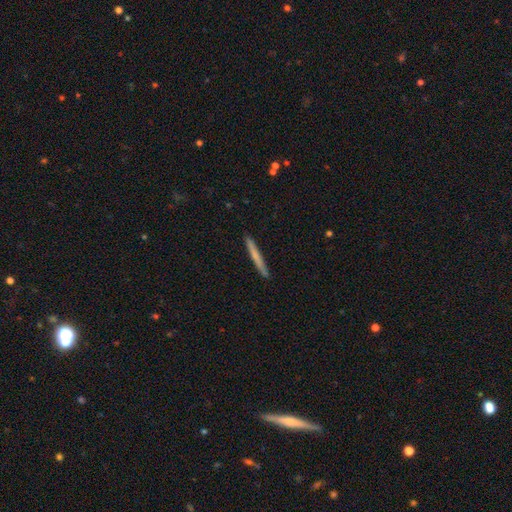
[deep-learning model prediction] smooth_or_featured: smooth (p=0.62) [alt: featured or disk p=0.32]
how_rounded: cigar-shaped (p=0.97) [alt: in between p=0.02]
merging: none (p=0.90) [alt: minor disturbance p=0.07]